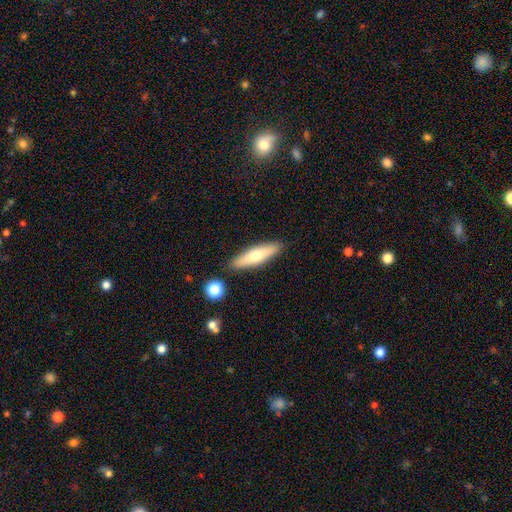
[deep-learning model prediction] This is possibly a smooth galaxy (59%). How rounded: likely cigar-shaped (70%). Merging: clearly none (86%).